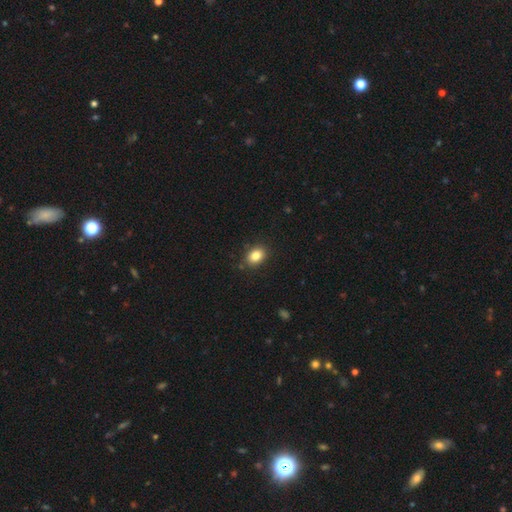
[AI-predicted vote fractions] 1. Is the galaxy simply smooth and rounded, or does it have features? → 84% smooth, 9% star or artifact, 6% featured or disk.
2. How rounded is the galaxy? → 68% in between, 31% round, 1% cigar-shaped.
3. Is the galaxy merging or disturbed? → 85% none, 11% minor disturbance, 2% major disturbance, 2% merger.